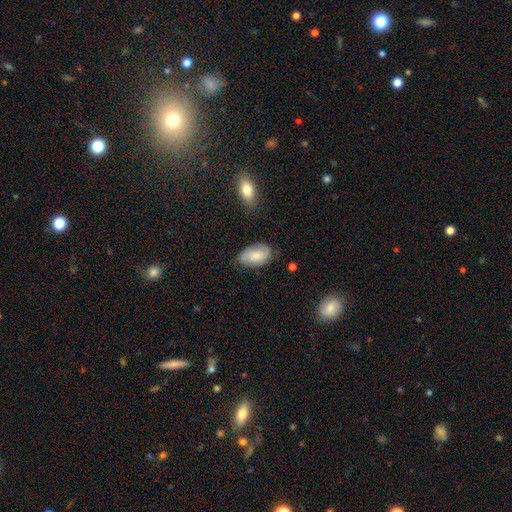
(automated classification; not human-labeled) Smooth or featured? Predicted: smooth (p=0.66). How rounded? Predicted: in between (p=0.93). Merging? Predicted: none (p=0.68).